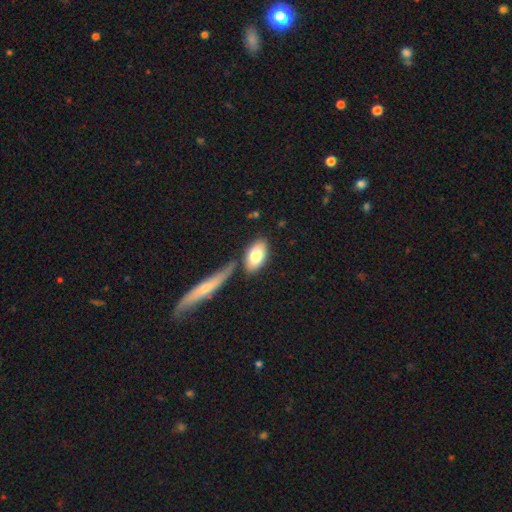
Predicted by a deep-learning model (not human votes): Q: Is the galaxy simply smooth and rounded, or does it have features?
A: smooth — 78%.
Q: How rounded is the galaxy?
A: in between — 91%.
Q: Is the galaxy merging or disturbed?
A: none — 73%.